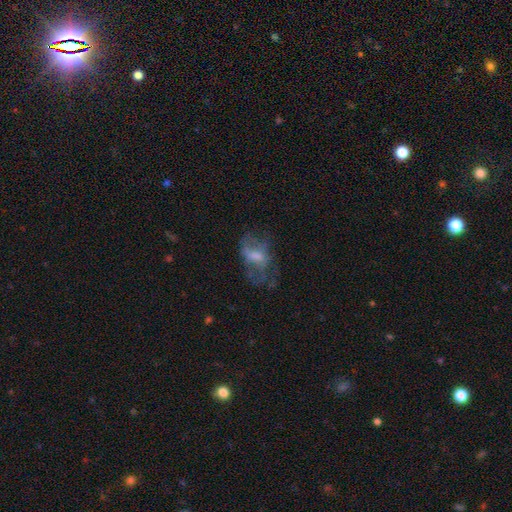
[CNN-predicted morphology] Overall: featured or disk (53%; smooth 35%). Edge-on disk: no (94%). Merging: none (42%; major disturbance 34%).